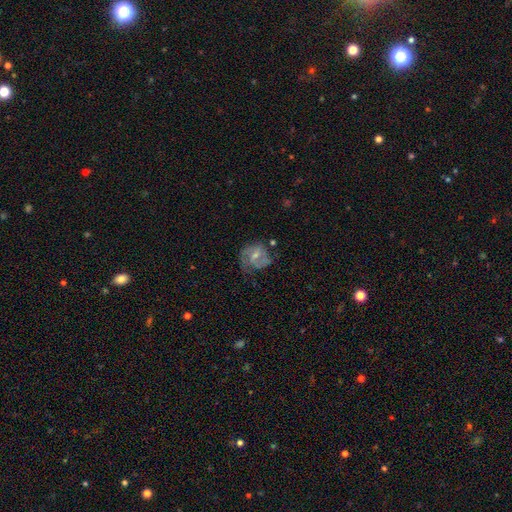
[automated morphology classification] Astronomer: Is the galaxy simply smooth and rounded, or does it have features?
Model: featured or disk — 63%.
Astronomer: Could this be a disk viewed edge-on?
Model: no — 97%.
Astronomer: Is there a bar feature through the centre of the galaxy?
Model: weak — 49% (runner-up: no, 40%).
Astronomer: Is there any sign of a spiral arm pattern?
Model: yes — 78%.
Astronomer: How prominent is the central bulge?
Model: moderate — 48% (runner-up: small, 44%).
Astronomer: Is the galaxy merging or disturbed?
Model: none — 48% (runner-up: minor disturbance, 27%).